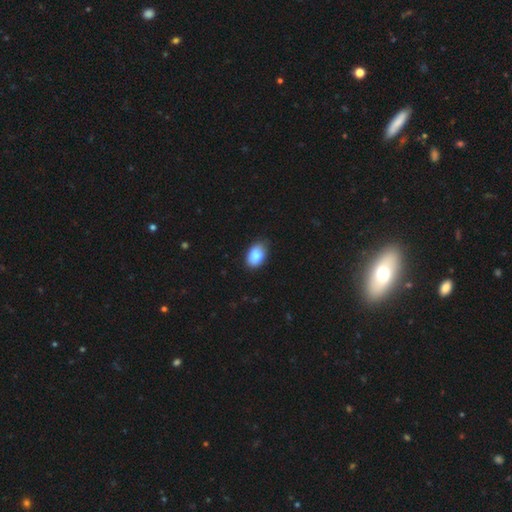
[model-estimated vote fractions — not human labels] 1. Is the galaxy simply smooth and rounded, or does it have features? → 87% smooth, 7% star or artifact, 6% featured or disk.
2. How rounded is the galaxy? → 89% in between, 10% round, 1% cigar-shaped.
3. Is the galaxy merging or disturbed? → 78% none, 18% minor disturbance, 3% major disturbance, 1% merger.